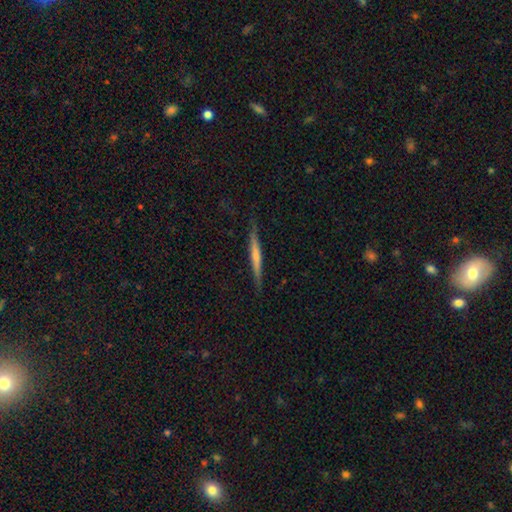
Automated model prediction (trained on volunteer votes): Smooth or featured: featured or disk — 67% (smooth — 25%)
Edge-on disk: yes — 97% (no — 3%)
Edge-on bulge: rounded — 56% (none — 34%)
Merging: none — 89% (minor disturbance — 8%)